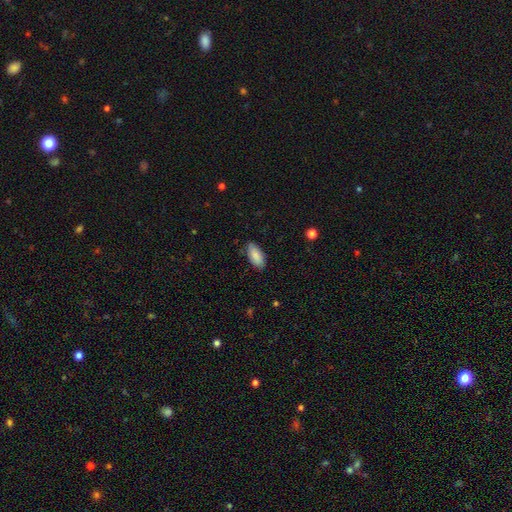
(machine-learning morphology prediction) Smooth or featured: smooth — 86% (featured or disk — 8%)
How rounded: in between — 91% (cigar-shaped — 7%)
Merging: none — 83% (minor disturbance — 14%)